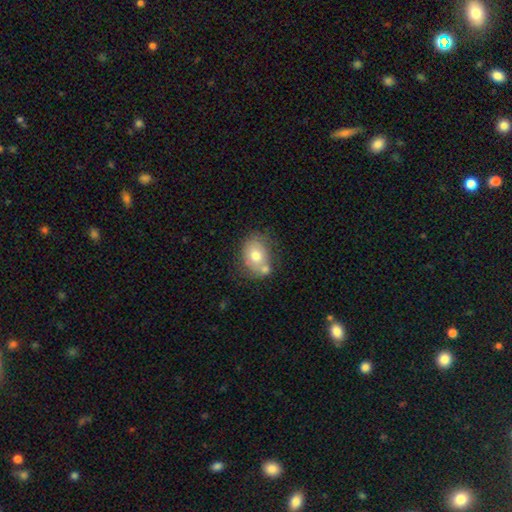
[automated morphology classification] This appears to be a smooth galaxy with no disk features (70%) that is in between round and cigar-shaped (59%). Merging: none (47%).